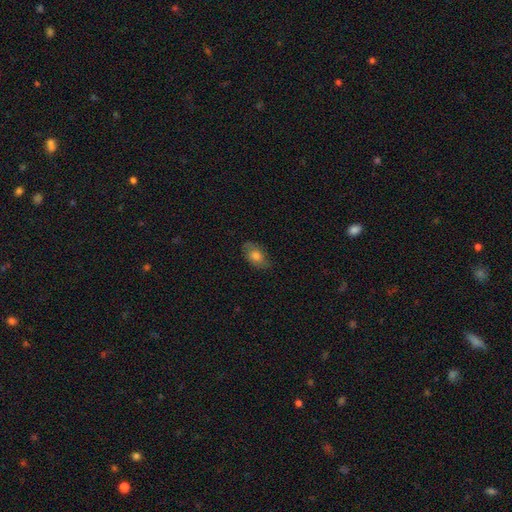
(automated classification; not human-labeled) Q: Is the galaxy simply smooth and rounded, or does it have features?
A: smooth — 73%.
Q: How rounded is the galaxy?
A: in between — 88%.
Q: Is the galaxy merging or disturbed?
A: none — 74%.